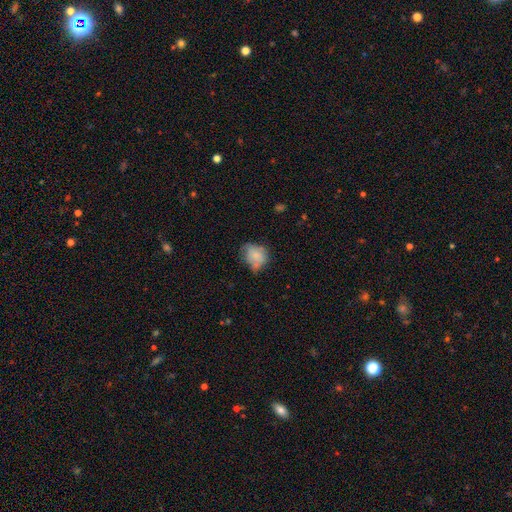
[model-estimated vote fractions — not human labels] A smooth galaxy with no disk features (74%) that is round (55%). Merging: none (43%).